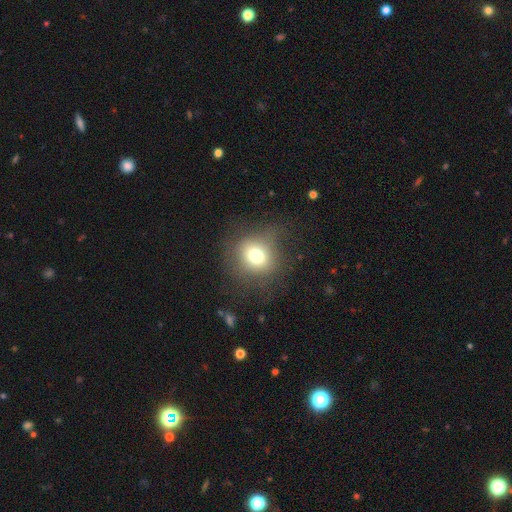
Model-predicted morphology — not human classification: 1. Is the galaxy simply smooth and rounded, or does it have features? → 73% smooth, 14% star or artifact, 13% featured or disk.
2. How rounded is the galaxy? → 85% round, 14% in between, 1% cigar-shaped.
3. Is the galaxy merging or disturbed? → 74% none, 15% minor disturbance, 10% major disturbance, 1% merger.